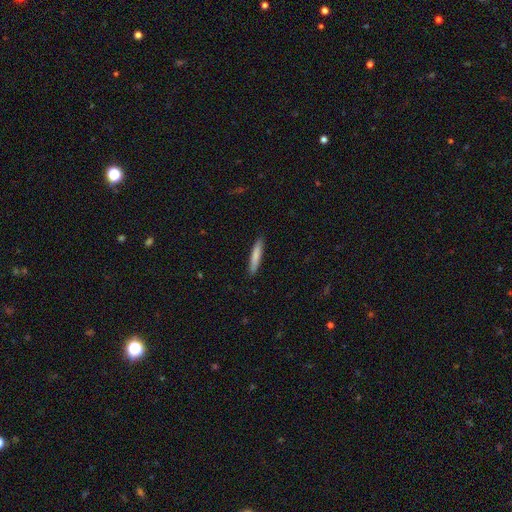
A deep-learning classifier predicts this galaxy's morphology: A smooth galaxy with no disk features (80%) that is cigar-shaped (92%).

Vote fractions:
- Smooth or featured? smooth: 80% / featured or disk: 14% / star or artifact: 6%
- How rounded? cigar-shaped: 92% / in between: 7% / round: 1%
- Merging? none: 90% / minor disturbance: 8% / major disturbance: 2% / merger: 1%